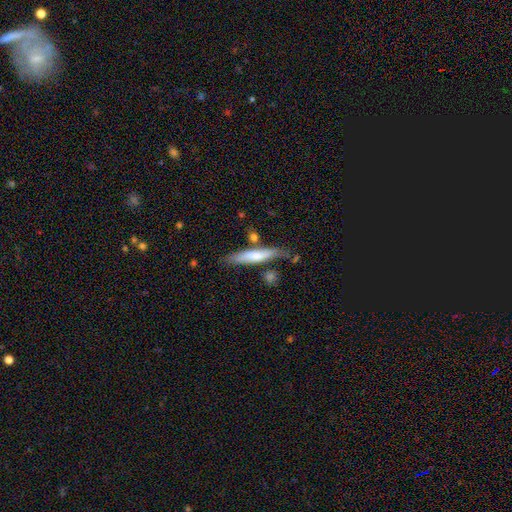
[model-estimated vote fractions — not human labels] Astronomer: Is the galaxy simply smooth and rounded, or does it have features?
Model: smooth — 62%.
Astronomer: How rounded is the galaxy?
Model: cigar-shaped — 87%.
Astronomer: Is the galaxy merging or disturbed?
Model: none — 71%.